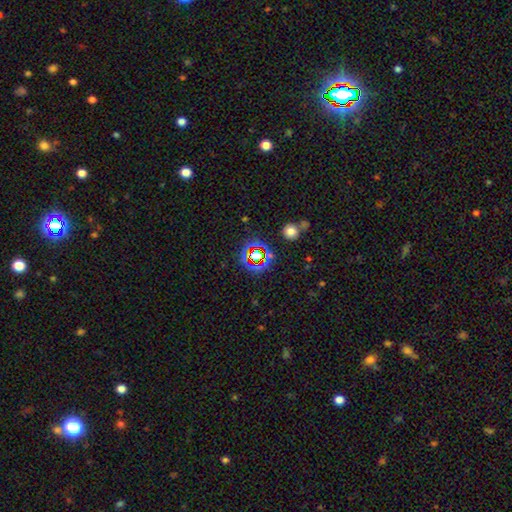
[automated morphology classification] type=star or artifact (66%).